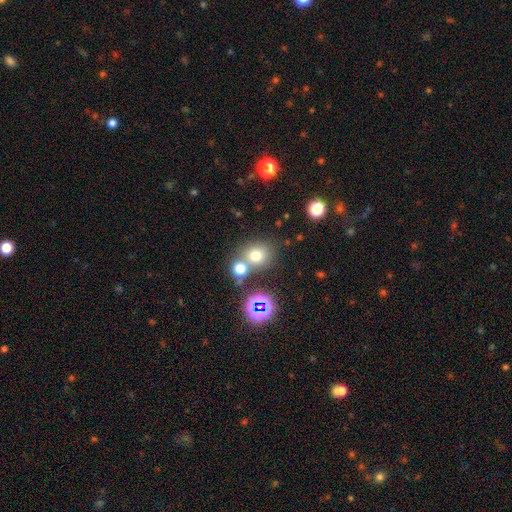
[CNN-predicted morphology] type=smooth (69%); roundness=round (75%); merging=none (59%).